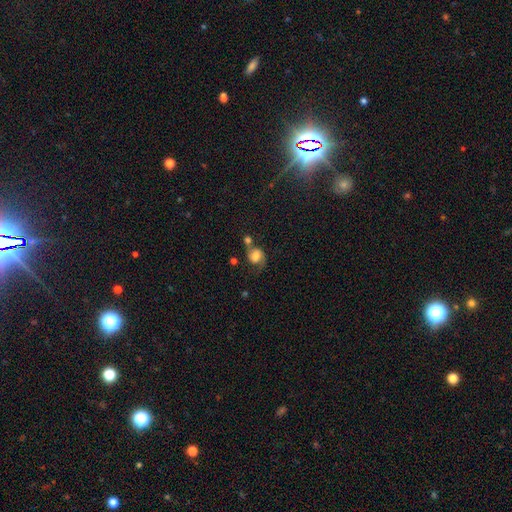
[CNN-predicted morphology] smooth 47%, featured or disk 42%, star or artifact 11%. Down the decision tree: merging — none (38%).